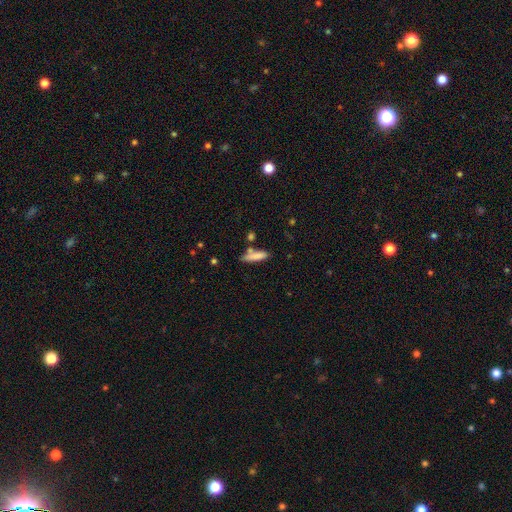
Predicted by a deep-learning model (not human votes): Smooth or featured: smooth — 81% (featured or disk — 11%)
How rounded: cigar-shaped — 71% (in between — 27%)
Merging: none — 67% (minor disturbance — 17%)